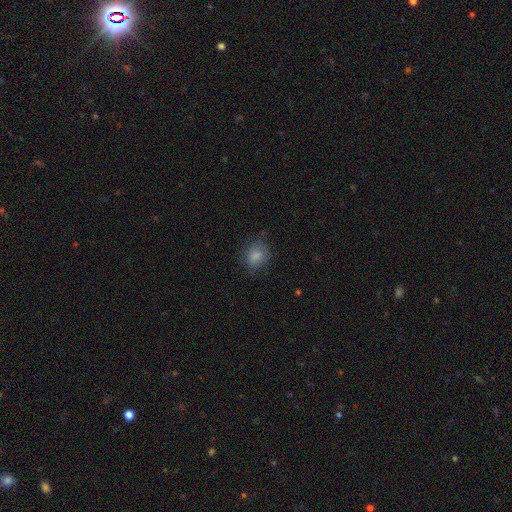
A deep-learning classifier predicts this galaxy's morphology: type=smooth (83%); roundness=round (56%); merging=none (72%).